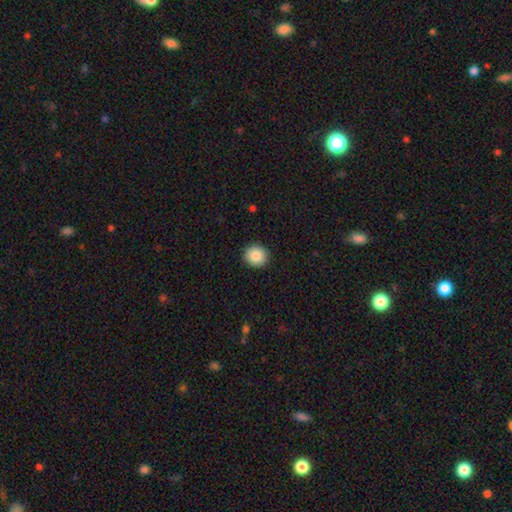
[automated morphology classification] A smooth galaxy with no disk features (86%) that is round (90%). Merging: none (92%).